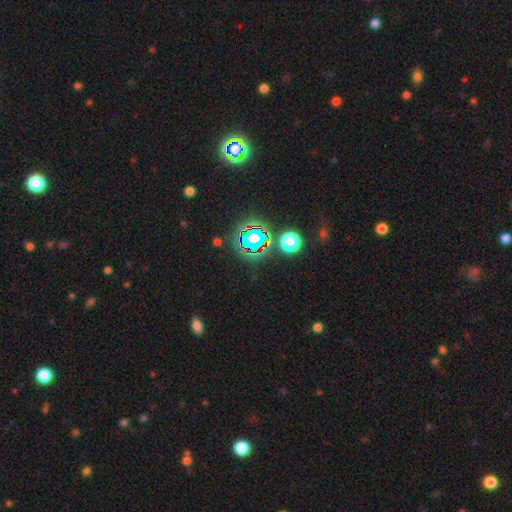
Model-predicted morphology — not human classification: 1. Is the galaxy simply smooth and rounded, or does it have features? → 81% star or artifact, 12% smooth, 7% featured or disk.